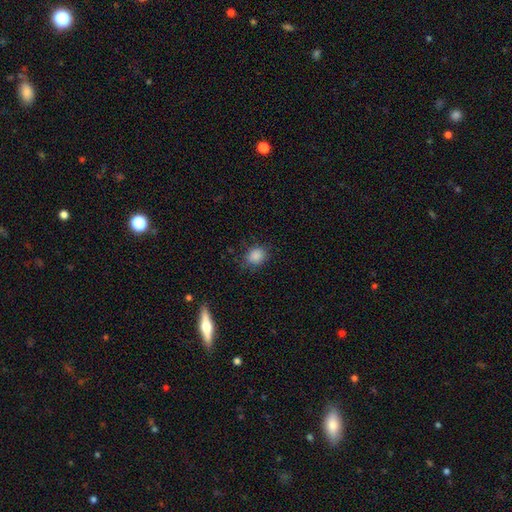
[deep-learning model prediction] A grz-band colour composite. It shows a smooth galaxy with no disk features (86%) that is round (63%). Merging: none (78%).